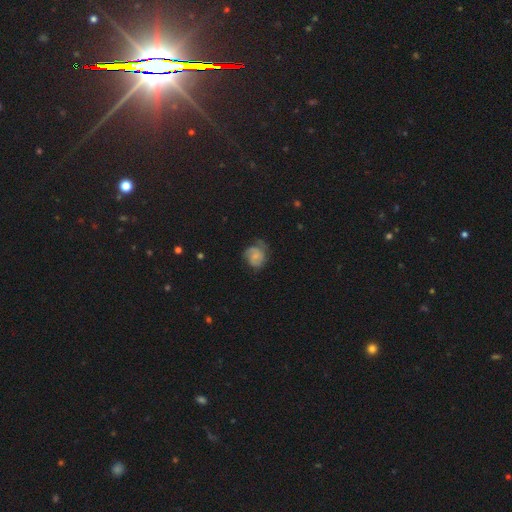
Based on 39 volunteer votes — A featured or disk galaxy (69%) with no bar (84%), 2 (57%) tight (43%, tied with medium) spiral arms (84%) and a small central bulge (56%). Merging: none (42%).